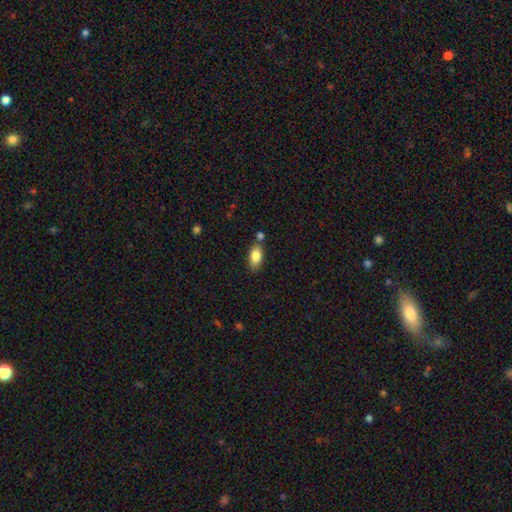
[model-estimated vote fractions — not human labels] This is clearly a smooth galaxy (84%). How rounded: clearly in between (90%). Merging: likely none (69%).